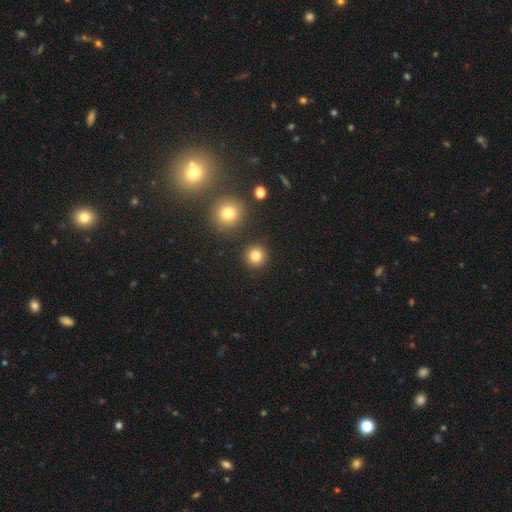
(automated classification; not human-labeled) This appears to be a smooth galaxy with no disk features (81%) that is round (95%). Merging: none (90%).